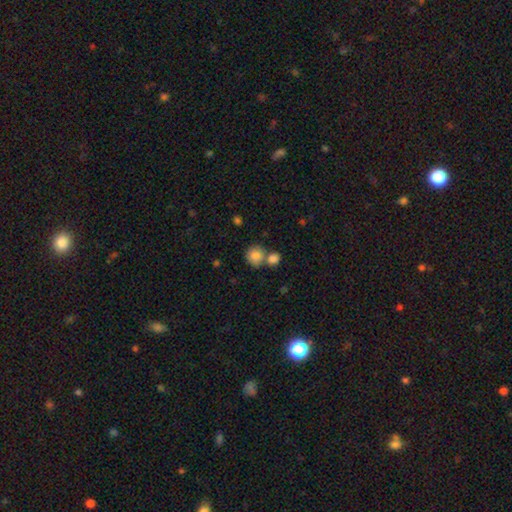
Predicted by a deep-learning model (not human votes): smooth 85%, star or artifact 8%, featured or disk 7%. Down the decision tree: how rounded — round (84%); merging — none (51%).